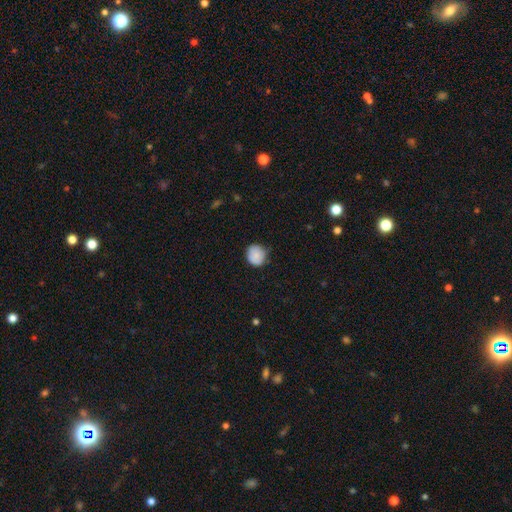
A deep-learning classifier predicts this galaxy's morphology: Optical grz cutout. It shows a smooth galaxy with no disk features (83%) that is round (85%). Merging: none (73%).